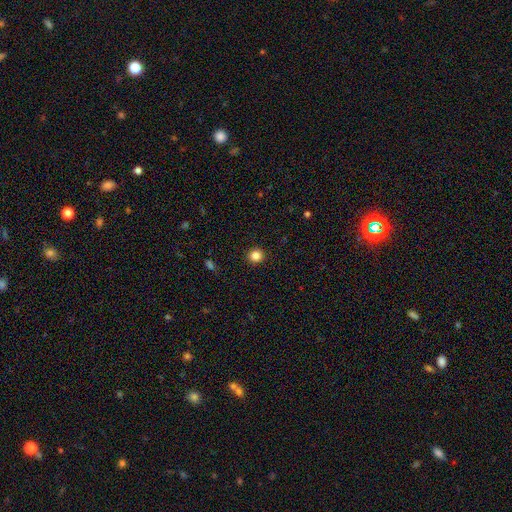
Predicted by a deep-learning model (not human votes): Q: Smooth or featured?
A: smooth (85%); runner-up: star or artifact (11%)
Q: How rounded?
A: round (90%); runner-up: in between (9%)
Q: Merging?
A: none (93%); runner-up: minor disturbance (5%)